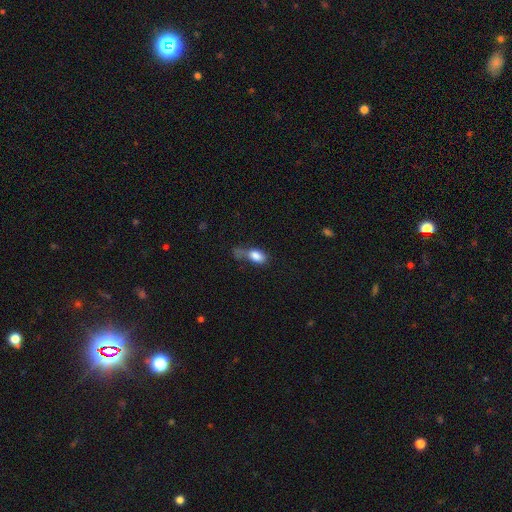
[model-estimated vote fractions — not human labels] Q: Smooth or featured?
A: smooth (80%); runner-up: featured or disk (11%)
Q: How rounded?
A: in between (85%); runner-up: round (9%)
Q: Merging?
A: major disturbance (34%); runner-up: minor disturbance (26%)